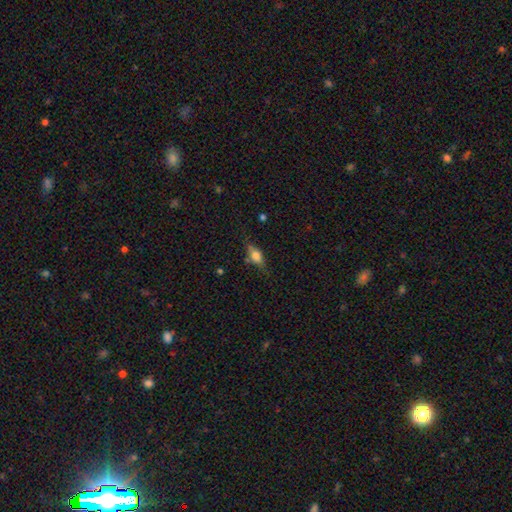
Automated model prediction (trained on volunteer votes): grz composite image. It shows a smooth galaxy with no disk features (64%) that is in between round and cigar-shaped (74%). Merging: none (68%).